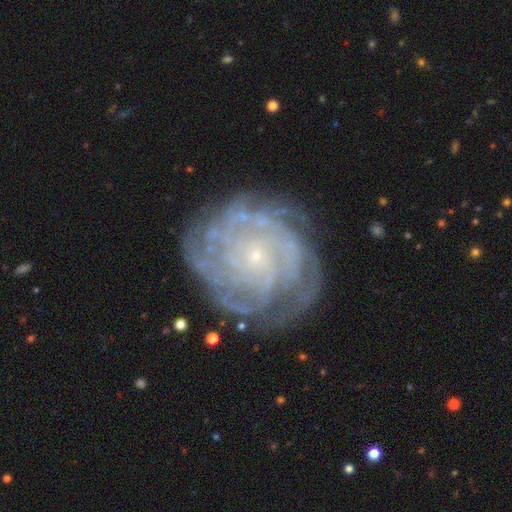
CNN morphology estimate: This appears to be a featured or disk galaxy (84%) with no bar (81%), tight (79%) spiral arms (94%) and a small central bulge (89%). Merging: none (76%).